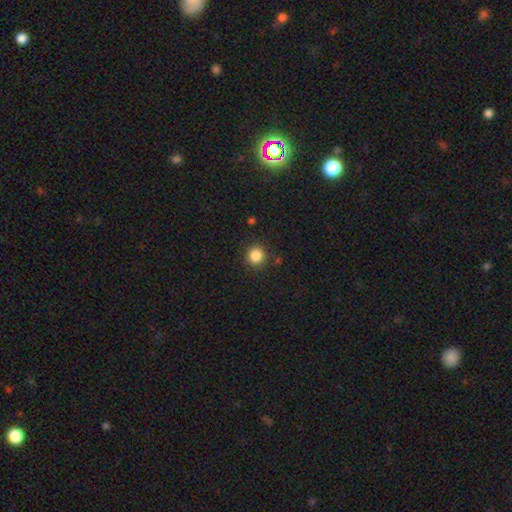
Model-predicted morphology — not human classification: Smooth or featured: smooth — 85% (star or artifact — 11%)
How rounded: round — 92% (in between — 7%)
Merging: none — 89% (minor disturbance — 7%)